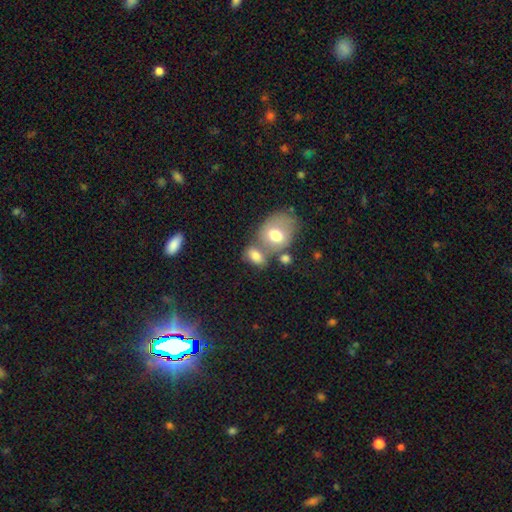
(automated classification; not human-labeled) smooth-or-featured: smooth: 76% | featured or disk: 15% | star or artifact: 9%
  how-rounded: in between: 75% | round: 23% | cigar-shaped: 2%
  merging: merger: 41% | none: 39% | minor disturbance: 14% | major disturbance: 7%